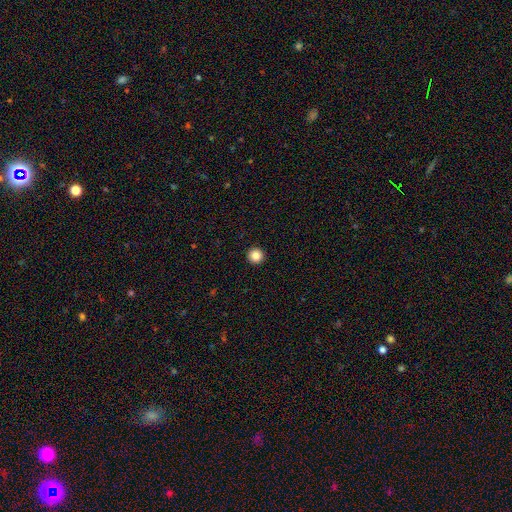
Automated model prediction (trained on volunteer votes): The model was most divided on "smooth or featured": smooth: 85%, star or artifact: 10%, featured or disk: 4%. More confident: how rounded — round (97%); merging — none (94%).